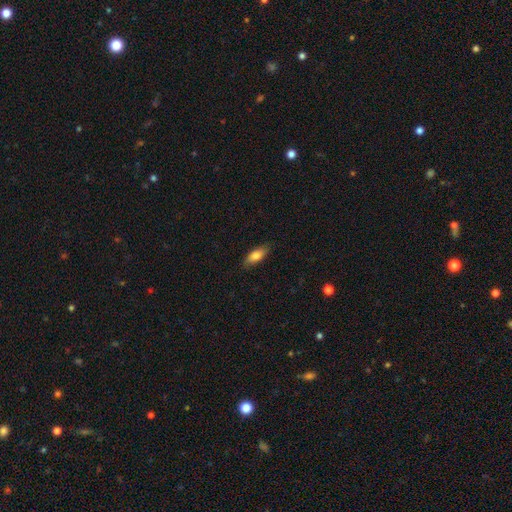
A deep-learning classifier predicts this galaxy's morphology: This is clearly a smooth galaxy (80%). How rounded: likely in between (76%). Merging: clearly none (82%).